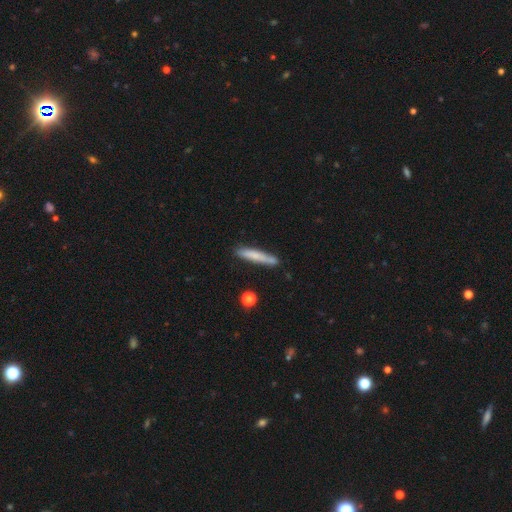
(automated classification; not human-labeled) Smooth or featured? Predicted: smooth (p=0.68). How rounded? Predicted: cigar-shaped (p=0.93). Merging? Predicted: none (p=0.77).